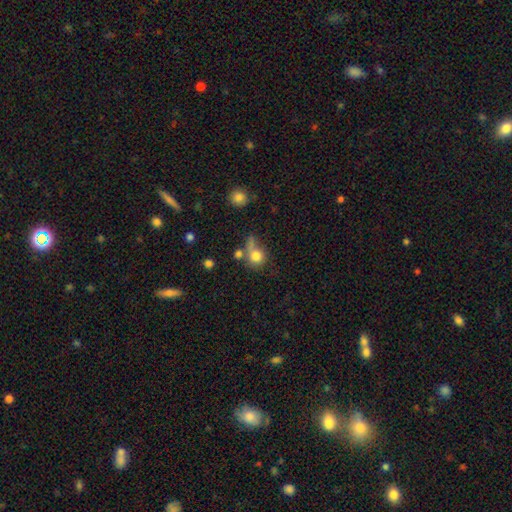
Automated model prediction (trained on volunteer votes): Smooth or featured?
  - smooth: 78% *
  - star or artifact: 11%
  - featured or disk: 11%
How rounded?
  - round: 82% *
  - in between: 17%
  - cigar-shaped: 1%
Merging?
  - none: 40% *
  - merger: 28%
  - minor disturbance: 17%
  - major disturbance: 15%